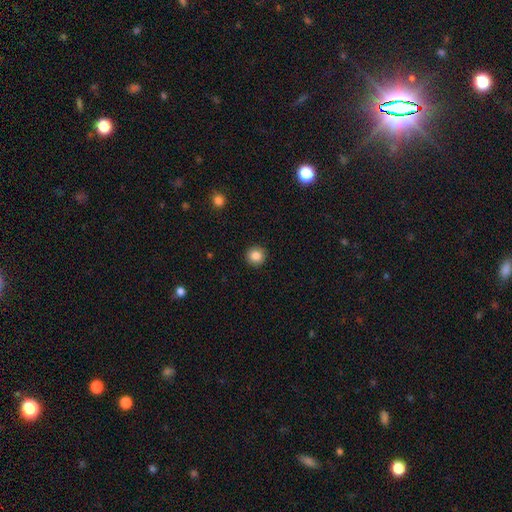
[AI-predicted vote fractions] smooth_or_featured: smooth (p=0.85) [alt: star or artifact p=0.10]
how_rounded: round (p=0.94) [alt: in between p=0.05]
merging: none (p=0.92) [alt: minor disturbance p=0.05]